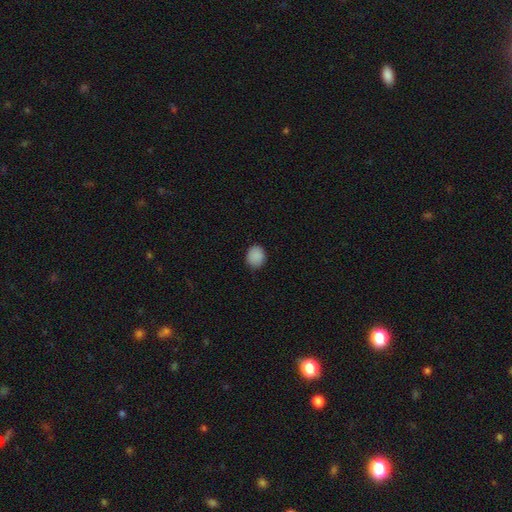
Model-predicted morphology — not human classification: Smooth or featured: smooth — 89% (star or artifact — 9%)
How rounded: round — 63% (in between — 36%)
Merging: none — 86% (minor disturbance — 11%)